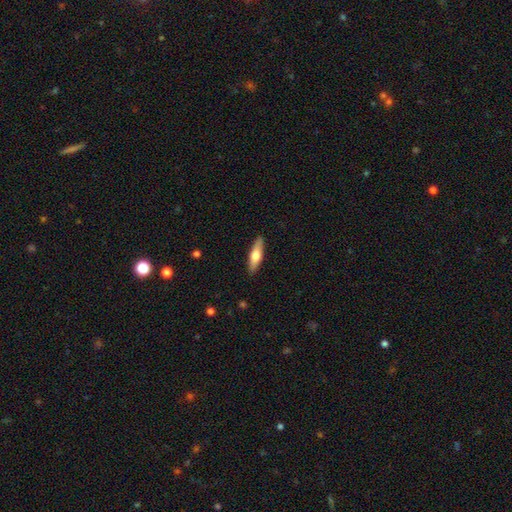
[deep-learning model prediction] A smooth galaxy with no disk features (55%) that is cigar-shaped (68%). Merging: none (89%).